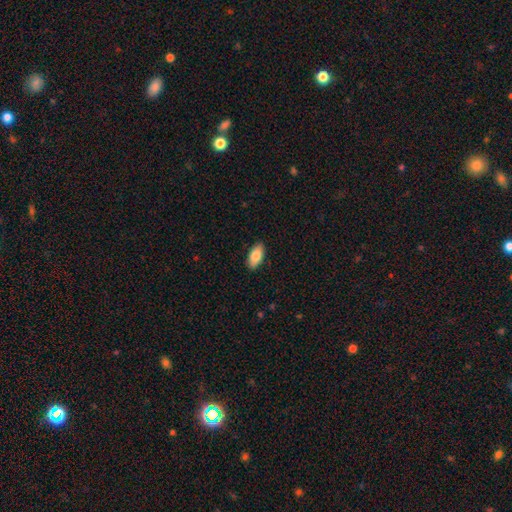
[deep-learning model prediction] smooth-or-featured: smooth: 83% | featured or disk: 11% | star or artifact: 6%
  how-rounded: in between: 90% | cigar-shaped: 7% | round: 3%
  merging: none: 89% | minor disturbance: 8% | major disturbance: 2% | merger: 1%